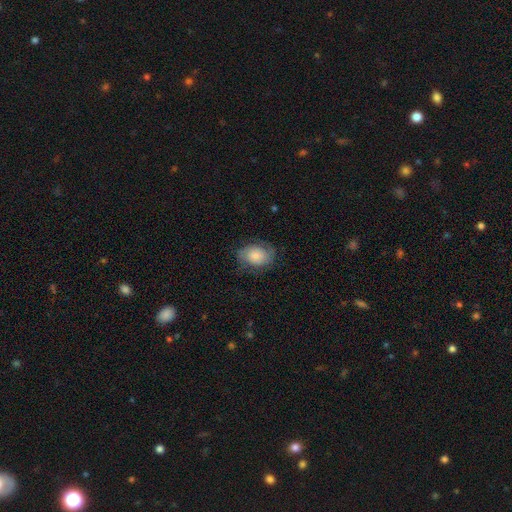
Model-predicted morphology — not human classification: This appears to be a smooth galaxy with no disk features (63%) that is in between round and cigar-shaped (72%). Merging: none (66%).